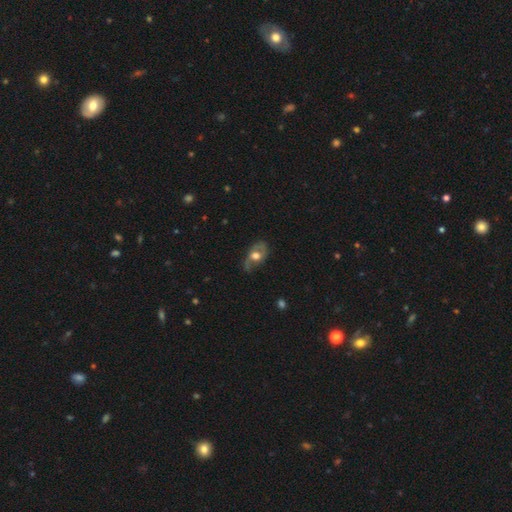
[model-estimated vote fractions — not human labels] Smooth or featured? Predicted: featured or disk (p=0.57). Edge-on disk? Predicted: no (p=0.91). Bar? Predicted: no (p=0.71). Spiral arms? Predicted: yes (p=0.62). Bulge size? Predicted: moderate (p=0.55). Merging? Predicted: none (p=0.58).